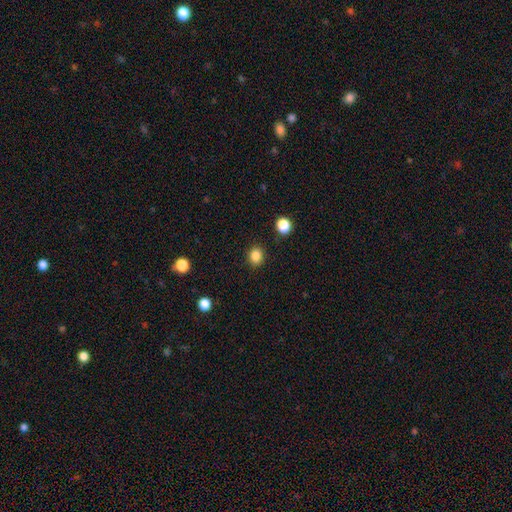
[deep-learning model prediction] Q: Smooth or featured?
A: smooth (85%); runner-up: star or artifact (11%)
Q: How rounded?
A: round (73%); runner-up: in between (26%)
Q: Merging?
A: none (90%); runner-up: minor disturbance (6%)